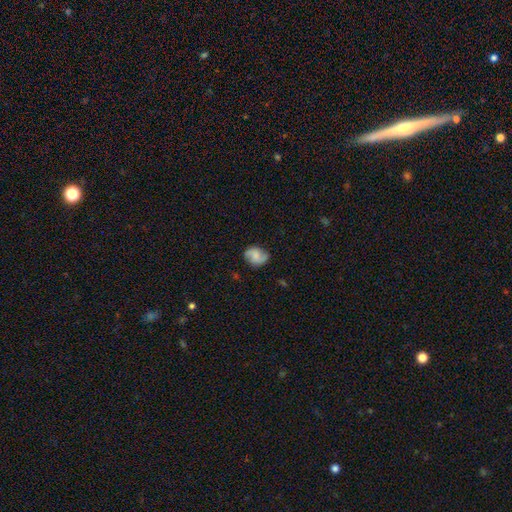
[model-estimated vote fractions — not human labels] The model was most divided on "spiral winding": medium: 42%, loose: 41%, tight: 17%. Remaining: edge-on disk — no (97%); spiral arms — yes (93%); spiral arm count — 2 (89%); merging — none (79%); smooth or featured — featured or disk (57%); bar — no (50%); bulge size — none (39%).